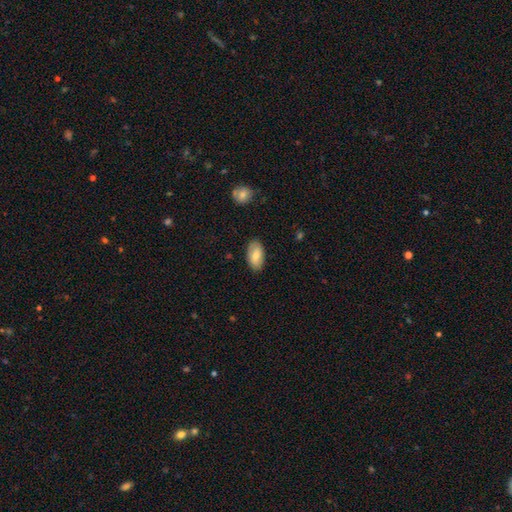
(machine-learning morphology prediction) Smooth or featured?
  - smooth: 80% *
  - featured or disk: 14%
  - star or artifact: 6%
How rounded?
  - in between: 94% *
  - round: 3%
  - cigar-shaped: 2%
Merging?
  - none: 85% *
  - minor disturbance: 12%
  - major disturbance: 2%
  - merger: 1%